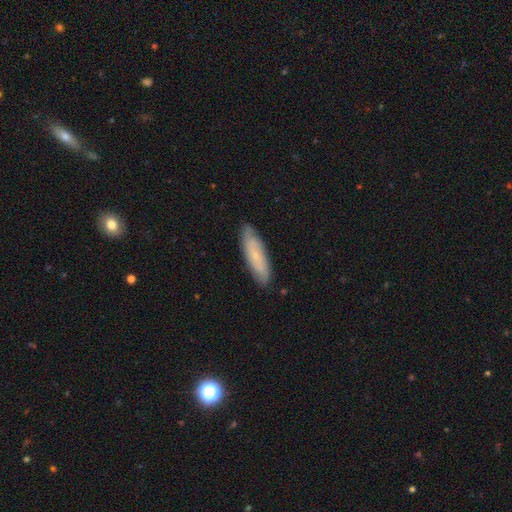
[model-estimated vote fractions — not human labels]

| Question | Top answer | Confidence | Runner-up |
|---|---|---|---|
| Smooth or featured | smooth | 50% | featured or disk (43%) |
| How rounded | cigar-shaped | 59% | in between (39%) |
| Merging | none | 85% | minor disturbance (12%) |